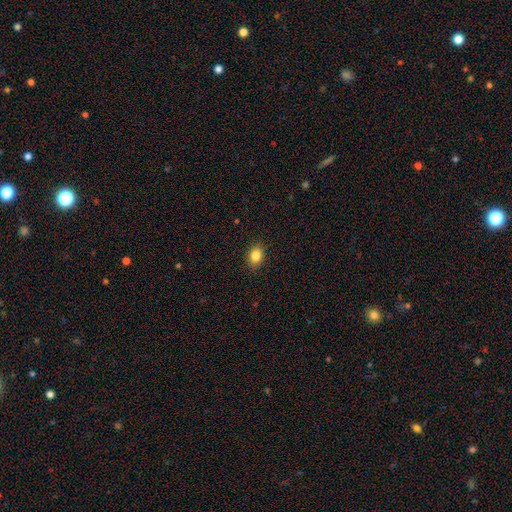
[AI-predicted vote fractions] smooth-or-featured: smooth: 85% | star or artifact: 10% | featured or disk: 5%
  how-rounded: in between: 60% | round: 39% | cigar-shaped: 1%
  merging: none: 89% | minor disturbance: 8% | major disturbance: 2% | merger: 1%